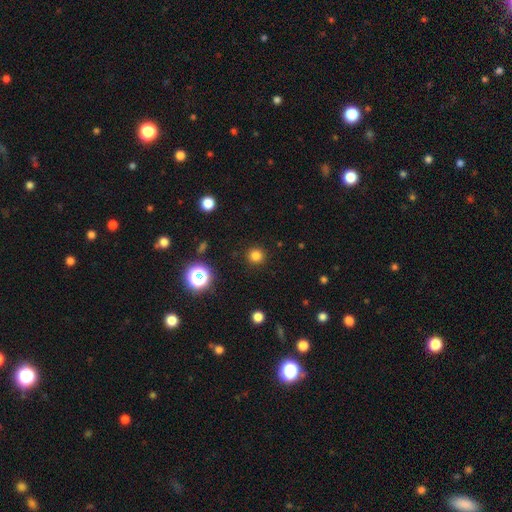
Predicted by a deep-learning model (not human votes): Overall: smooth (80%). How rounded: round (94%). Merging: none (92%).